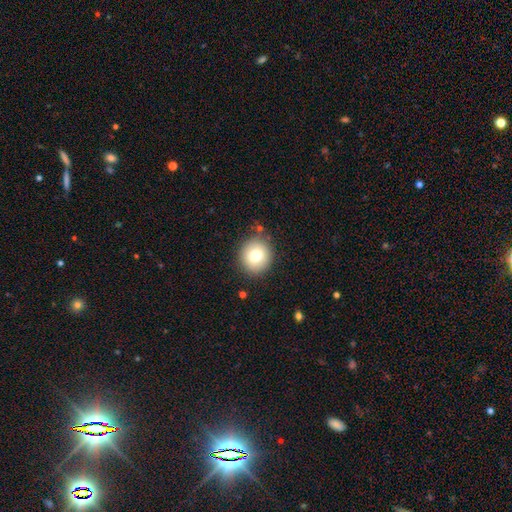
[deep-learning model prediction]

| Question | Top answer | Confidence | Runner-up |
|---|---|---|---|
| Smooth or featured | smooth | 76% | featured or disk (13%) |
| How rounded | round | 88% | in between (11%) |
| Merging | none | 86% | minor disturbance (9%) |